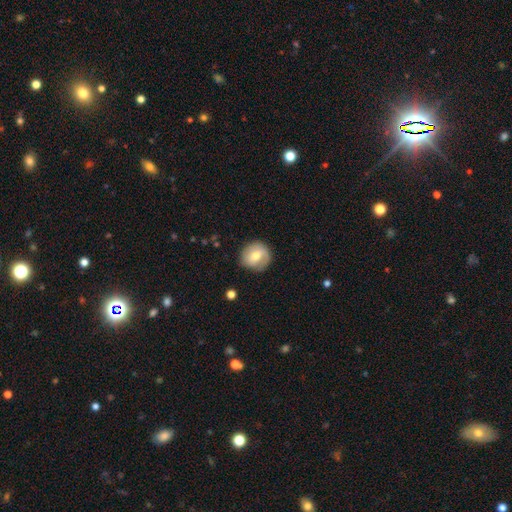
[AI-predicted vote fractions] This appears to be a smooth galaxy with no disk features (52%) that is round (86%). Merging: none (77%).